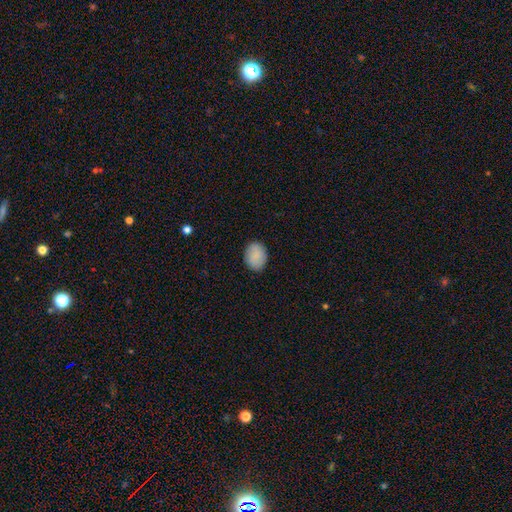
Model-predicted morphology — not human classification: A smooth galaxy with no disk features (89%) that is in between round and cigar-shaped (63%).

Vote fractions:
- Smooth or featured? smooth: 89% / star or artifact: 7% / featured or disk: 5%
- How rounded? in between: 63% / round: 36% / cigar-shaped: 1%
- Merging? none: 87% / minor disturbance: 10% / major disturbance: 2% / merger: 1%